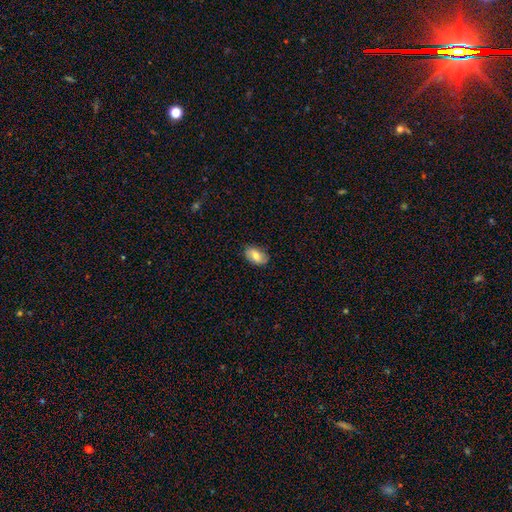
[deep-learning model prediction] Smooth or featured? Predicted: smooth (p=0.68). How rounded? Predicted: in between (p=0.91). Merging? Predicted: none (p=0.82).